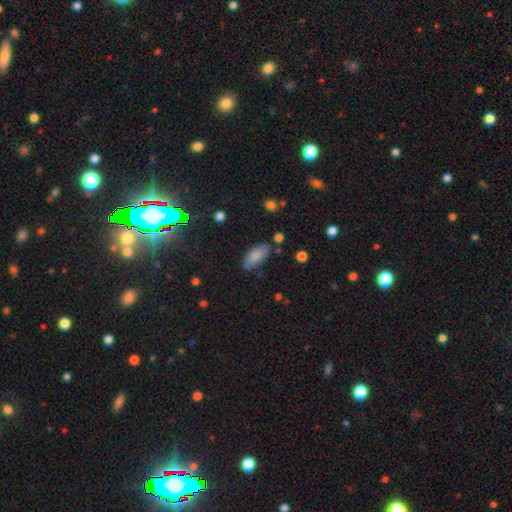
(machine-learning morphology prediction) Smooth or featured? smooth (82%)
How rounded? in between (87%)
Merging? none (75%)